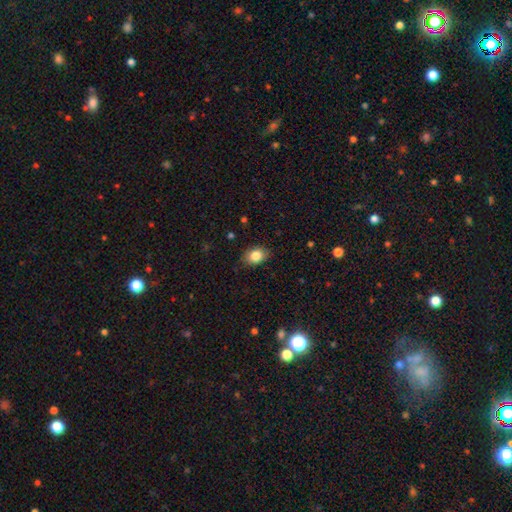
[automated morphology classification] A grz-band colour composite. It shows a smooth galaxy with no disk features (84%) that is in between round and cigar-shaped (73%). Merging: none (85%).